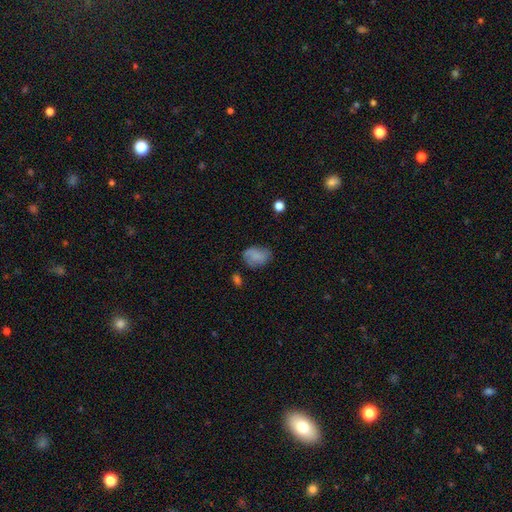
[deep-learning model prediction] Smooth or featured? Predicted: smooth (p=0.74). How rounded? Predicted: in between (p=0.73). Merging? Predicted: none (p=0.58).